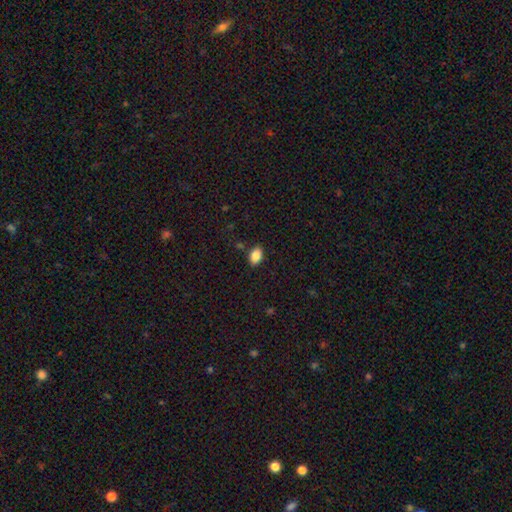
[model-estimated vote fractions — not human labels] Smooth or featured?
  - smooth: 86% *
  - star or artifact: 9%
  - featured or disk: 5%
How rounded?
  - in between: 85% *
  - round: 14%
  - cigar-shaped: 1%
Merging?
  - none: 86% *
  - minor disturbance: 10%
  - major disturbance: 2%
  - merger: 2%